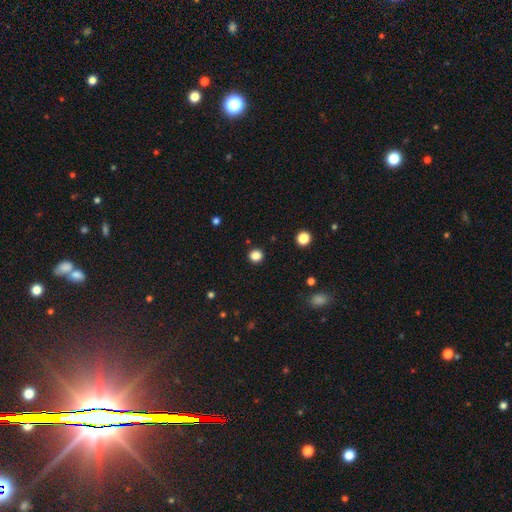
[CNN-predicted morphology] Smooth or featured? smooth (84%)
How rounded? round (91%)
Merging? none (92%)